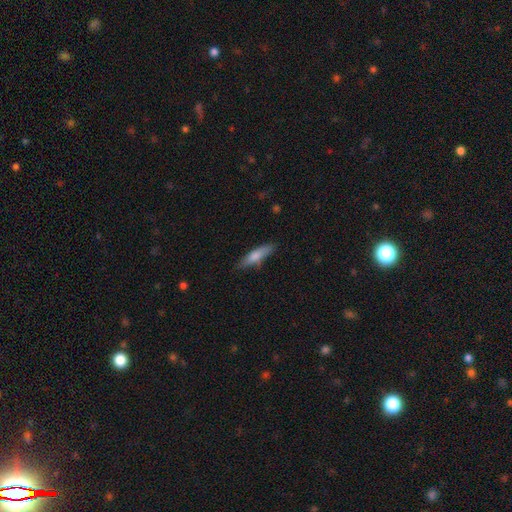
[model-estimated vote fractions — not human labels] smooth-or-featured: smooth: 73% | featured or disk: 21% | star or artifact: 6%
  how-rounded: cigar-shaped: 72% | in between: 26% | round: 2%
  merging: none: 76% | minor disturbance: 18% | major disturbance: 4% | merger: 2%